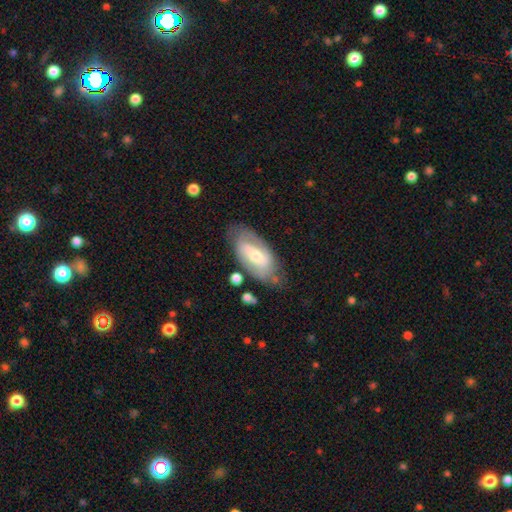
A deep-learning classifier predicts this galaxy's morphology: Smooth or featured? featured or disk (60%)
Edge-on disk? no (90%)
Bar? weak (39%)
Spiral arms? yes (65%)
Bulge size? moderate (51%)
Merging? none (70%)